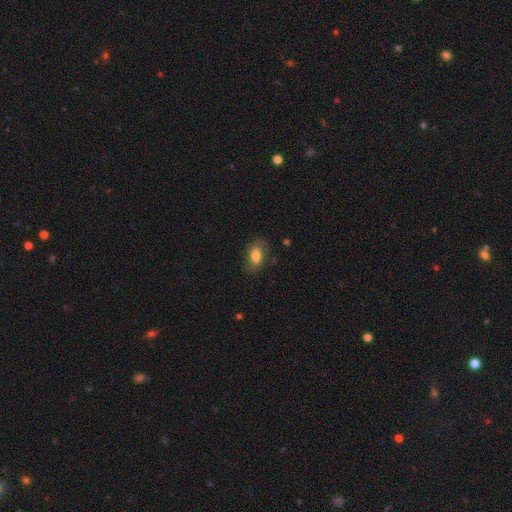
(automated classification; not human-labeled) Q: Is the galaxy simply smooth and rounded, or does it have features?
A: smooth — 62%.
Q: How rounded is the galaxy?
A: in between — 86%.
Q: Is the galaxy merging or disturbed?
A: none — 67%.